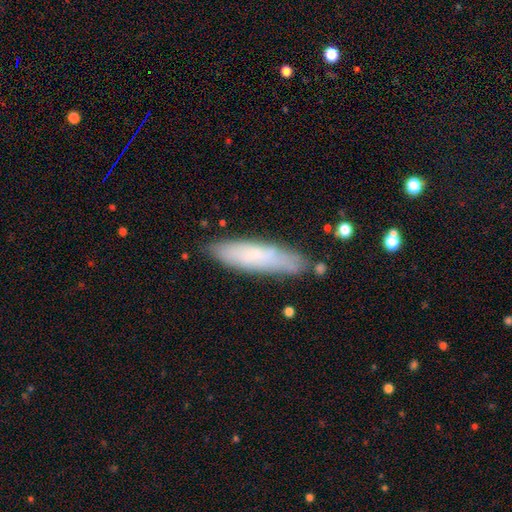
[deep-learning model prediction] Smooth or featured? smooth (66%)
How rounded? cigar-shaped (72%)
Merging? none (78%)